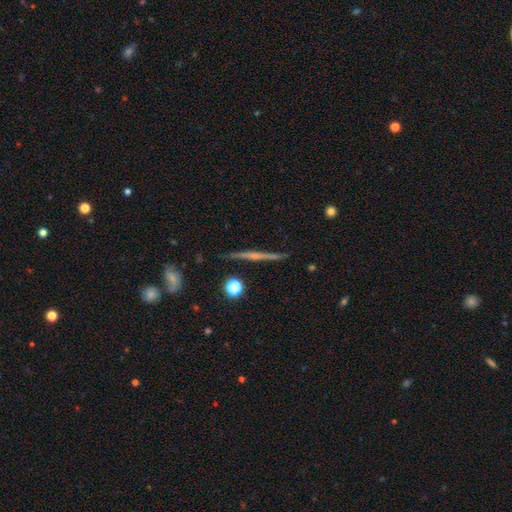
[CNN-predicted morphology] This appears to be a featured or disk galaxy (71%) viewed edge-on (98%) with no central bulge (49%). Merging: none (90%).